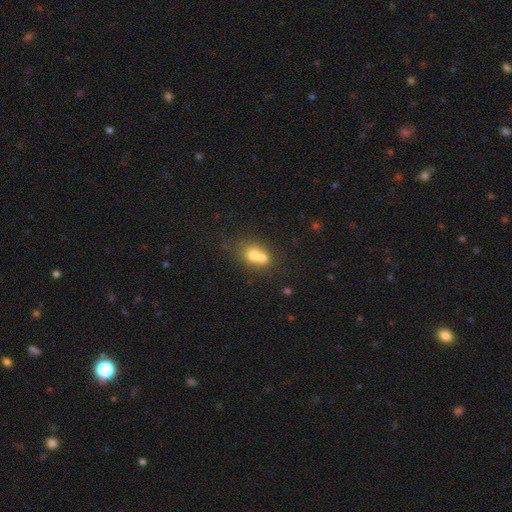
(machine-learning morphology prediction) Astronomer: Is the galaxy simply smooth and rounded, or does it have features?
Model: smooth — 67%.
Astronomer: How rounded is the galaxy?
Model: round — 64%.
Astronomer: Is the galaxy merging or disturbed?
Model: merger — 67%.